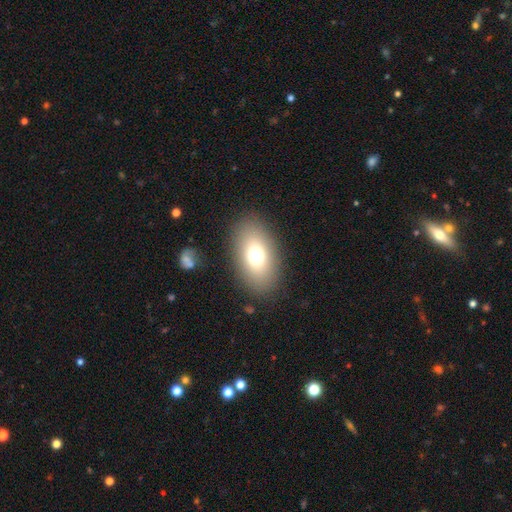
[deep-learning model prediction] Smooth or featured? smooth (71%)
How rounded? in between (87%)
Merging? none (86%)